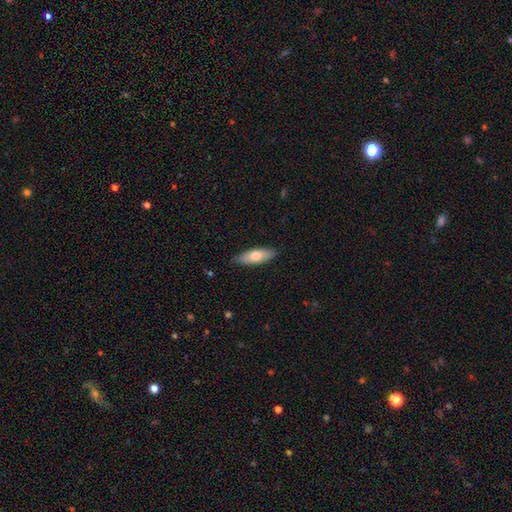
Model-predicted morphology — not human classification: smooth 69%, featured or disk 25%, star or artifact 6%. Down the decision tree: how rounded — in between (65%); merging — none (84%).